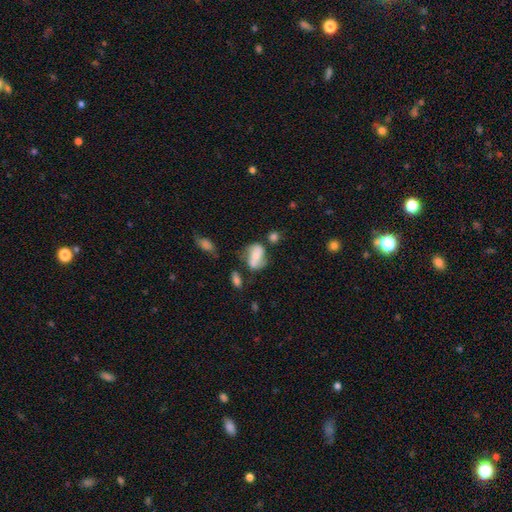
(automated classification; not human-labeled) smooth_or_featured: smooth (p=0.53) [alt: featured or disk p=0.38]
how_rounded: in between (p=0.79) [alt: round p=0.18]
merging: none (p=0.43) [alt: minor disturbance p=0.25]